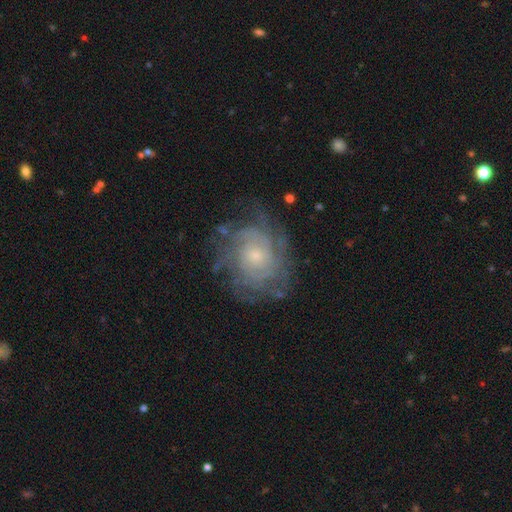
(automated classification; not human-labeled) Overall: featured or disk (80%). Edge-on disk: no (97%). Bar: no (80%). Spiral arms: yes (91%). Spiral arm count: can't tell (47%; 4 17%). Spiral winding: tight (69%). Bulge size: small (62%; moderate 32%). Merging: none (72%).